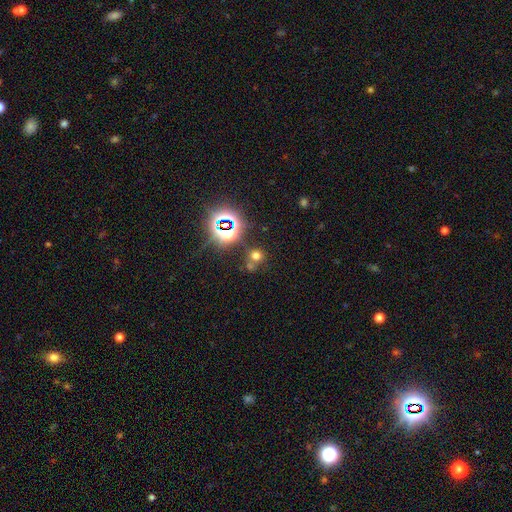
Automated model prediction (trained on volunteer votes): Q: Smooth or featured?
A: smooth (55%); runner-up: star or artifact (36%)
Q: How rounded?
A: round (84%); runner-up: in between (14%)
Q: Merging?
A: none (63%); runner-up: merger (22%)